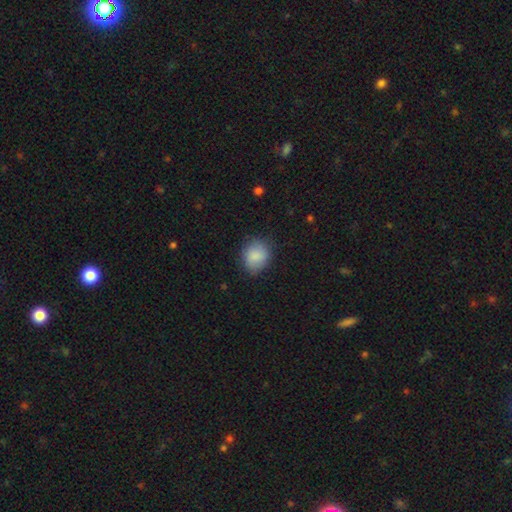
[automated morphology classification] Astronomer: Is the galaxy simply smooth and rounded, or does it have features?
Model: smooth — 86%.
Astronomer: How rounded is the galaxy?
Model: round — 61% (runner-up: in between, 38%).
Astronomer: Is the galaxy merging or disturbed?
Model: none — 76%.